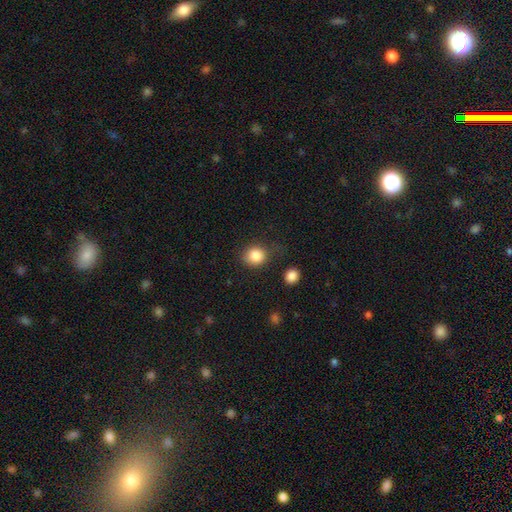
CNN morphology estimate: Smooth or featured? Predicted: smooth (p=0.85). How rounded? Predicted: round (p=0.77). Merging? Predicted: none (p=0.72).